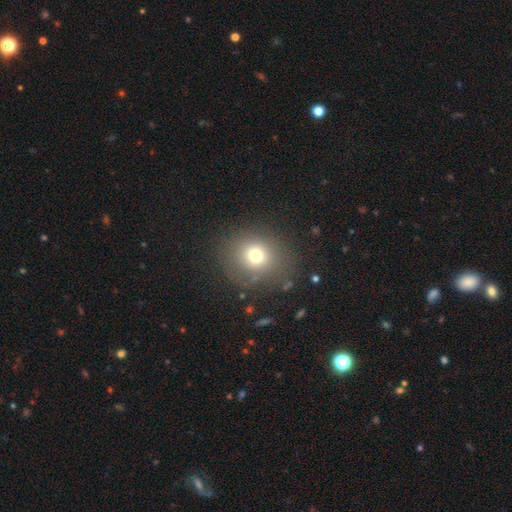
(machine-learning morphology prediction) This is likely a smooth galaxy (71%). How rounded: clearly round (81%). Merging: clearly none (82%).